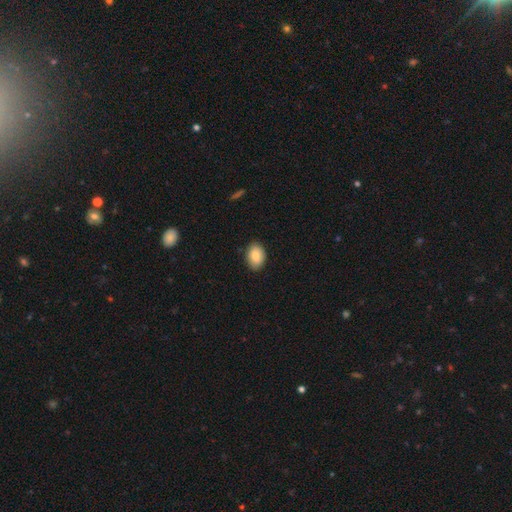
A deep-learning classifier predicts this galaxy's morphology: smooth_or_featured: smooth (p=0.85) [alt: featured or disk p=0.08]
how_rounded: in between (p=0.82) [alt: round p=0.17]
merging: none (p=0.87) [alt: minor disturbance p=0.10]